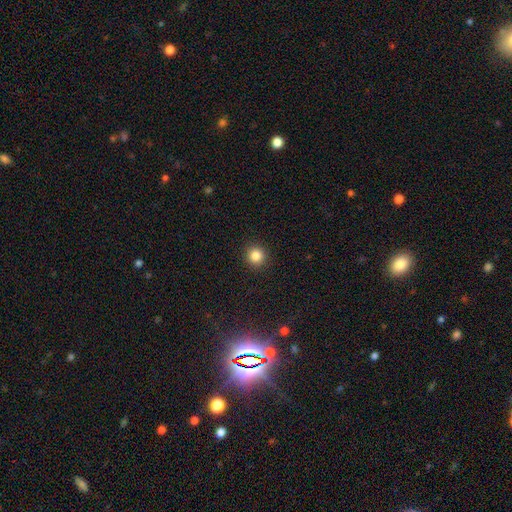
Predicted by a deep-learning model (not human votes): A smooth galaxy with no disk features (84%) that is round (93%).

Vote fractions:
- Smooth or featured? smooth: 84% / star or artifact: 12% / featured or disk: 5%
- How rounded? round: 93% / in between: 7% / cigar-shaped: 1%
- Merging? none: 92% / minor disturbance: 5% / major disturbance: 2% / merger: 1%